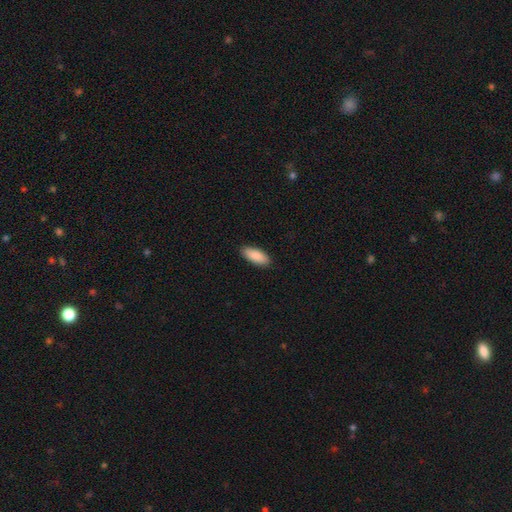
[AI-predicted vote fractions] Smooth or featured? smooth (89%)
How rounded? in between (82%)
Merging? none (89%)